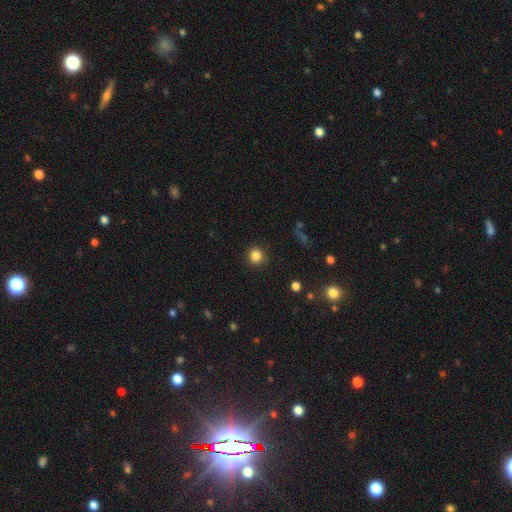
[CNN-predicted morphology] Q: Smooth or featured?
A: smooth (84%); runner-up: star or artifact (12%)
Q: How rounded?
A: round (93%); runner-up: in between (6%)
Q: Merging?
A: none (90%); runner-up: minor disturbance (7%)